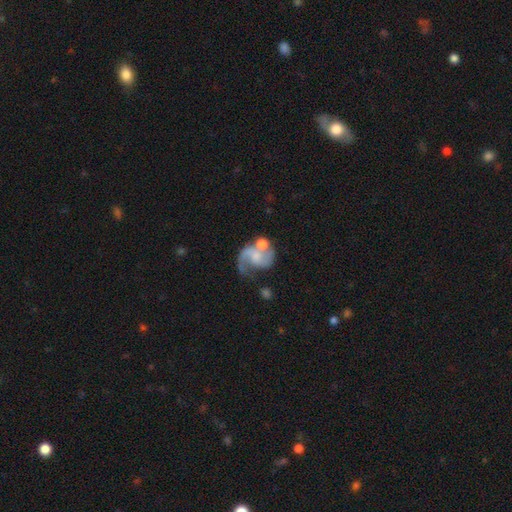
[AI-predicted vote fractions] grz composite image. It shows a featured or disk galaxy (82%) with no bar (60%), 2 (74%) medium (48%) spiral arms (95%) and a small central bulge (39%). Merging: none (41%).